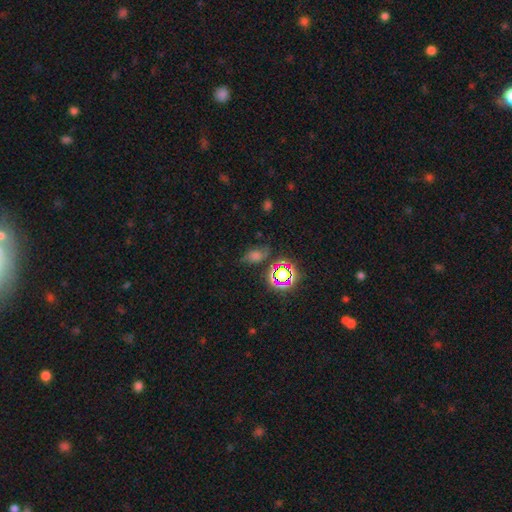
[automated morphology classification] star or artifact 48%, smooth 34%, featured or disk 18%.